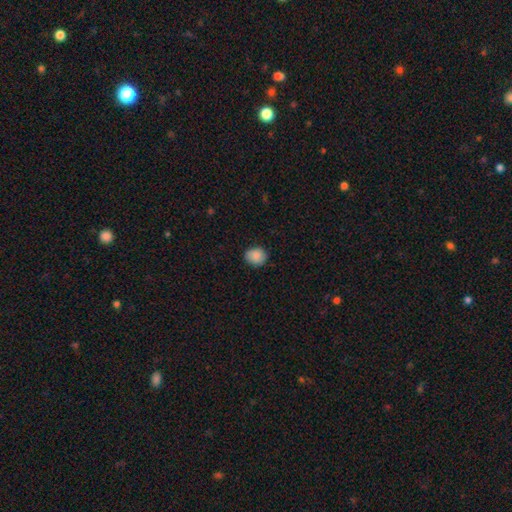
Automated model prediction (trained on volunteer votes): Smooth or featured? smooth (86%)
How rounded? round (66%)
Merging? none (84%)